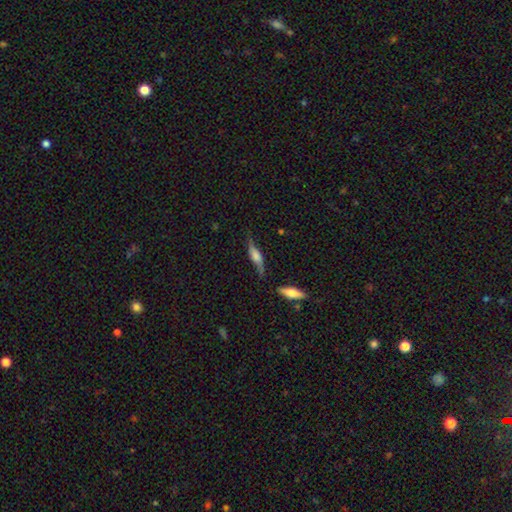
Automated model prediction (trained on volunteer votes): This appears to be a featured or disk galaxy (57%) viewed edge-on (80%). Merging: none (65%).